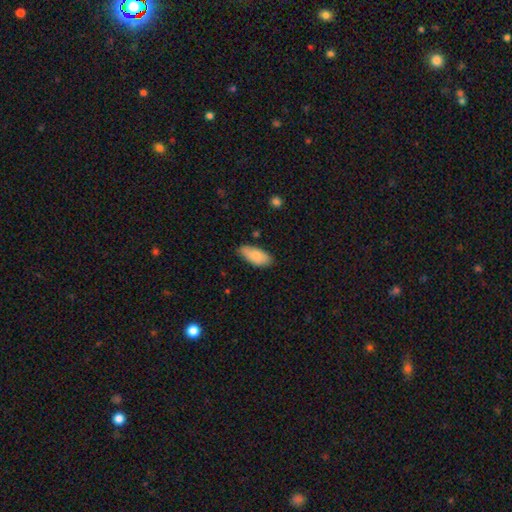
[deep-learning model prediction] A smooth galaxy with no disk features (84%) that is in between round and cigar-shaped (87%). Merging: none (76%).